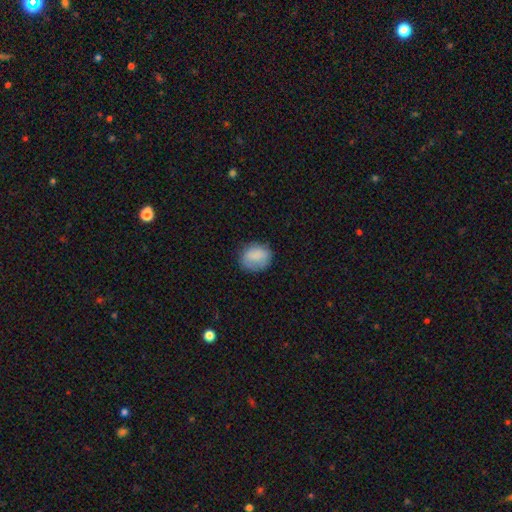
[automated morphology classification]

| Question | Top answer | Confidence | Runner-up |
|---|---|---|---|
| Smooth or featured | smooth | 83% | featured or disk (9%) |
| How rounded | round | 61% | in between (38%) |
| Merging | none | 73% | minor disturbance (19%) |